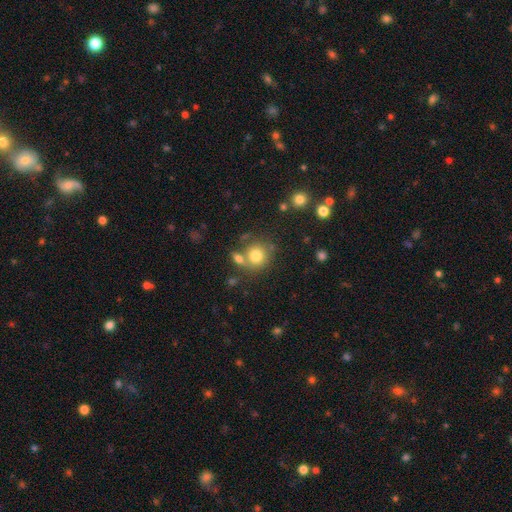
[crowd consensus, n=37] Smooth or featured? 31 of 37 (84%) said smooth. How rounded? 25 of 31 (81%) said round. Merging? 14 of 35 (40%) said merger.